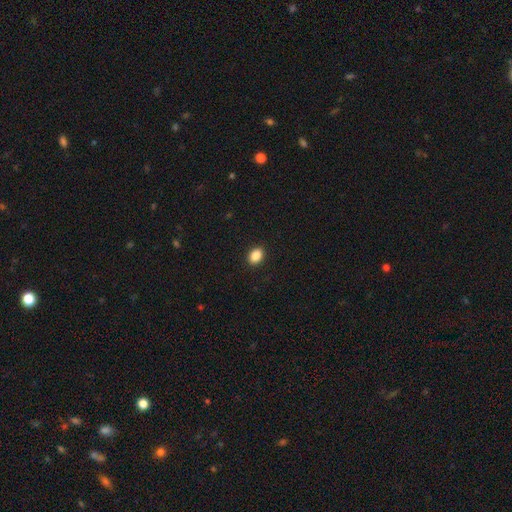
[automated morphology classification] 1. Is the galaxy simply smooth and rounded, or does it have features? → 88% smooth, 9% star or artifact, 3% featured or disk.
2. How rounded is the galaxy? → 71% in between, 28% round, 1% cigar-shaped.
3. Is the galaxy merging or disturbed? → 91% none, 6% minor disturbance, 2% major disturbance, 1% merger.